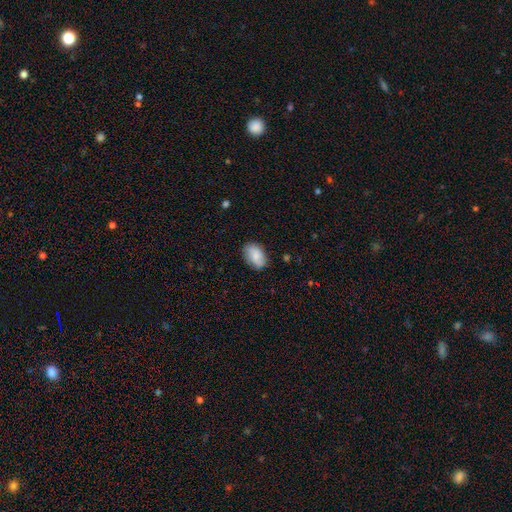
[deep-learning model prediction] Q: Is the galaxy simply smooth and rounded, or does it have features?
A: smooth — 77%.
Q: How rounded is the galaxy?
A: in between — 89%.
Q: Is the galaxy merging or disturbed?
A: none — 76%.